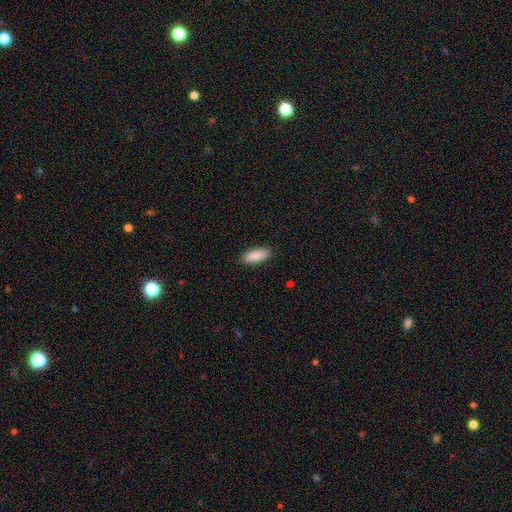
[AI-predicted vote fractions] smooth_or_featured: smooth (p=0.90) [alt: star or artifact p=0.06]
how_rounded: in between (p=0.76) [alt: cigar-shaped p=0.22]
merging: none (p=0.90) [alt: minor disturbance p=0.08]